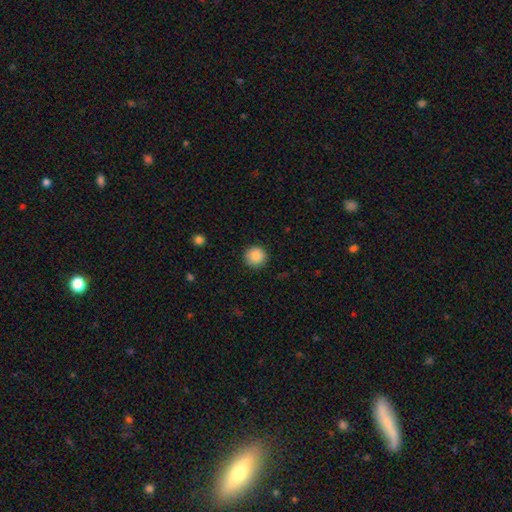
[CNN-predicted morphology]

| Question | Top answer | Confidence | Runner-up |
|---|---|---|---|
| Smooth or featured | smooth | 87% | star or artifact (9%) |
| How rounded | round | 95% | in between (4%) |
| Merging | none | 91% | minor disturbance (6%) |